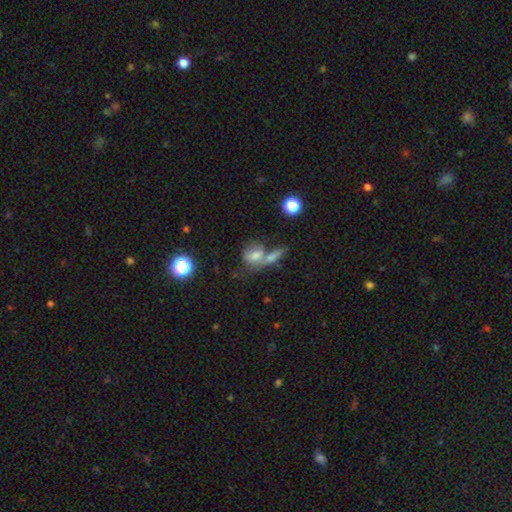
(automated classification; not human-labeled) A smooth galaxy with no disk features (60%) that is in between round and cigar-shaped (55%). Merging: merger (46%).